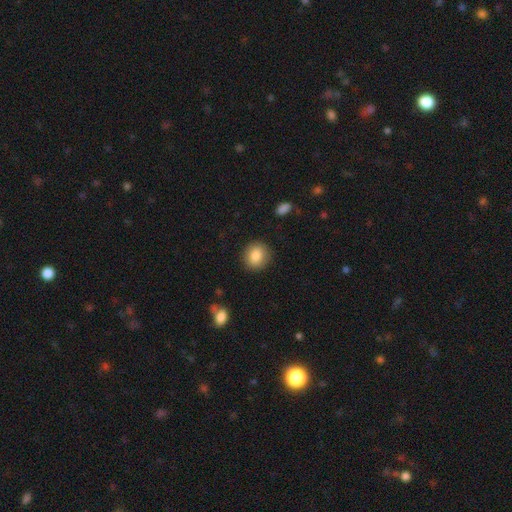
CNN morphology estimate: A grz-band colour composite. It shows a smooth galaxy with no disk features (85%) that is round (84%). Merging: none (89%).